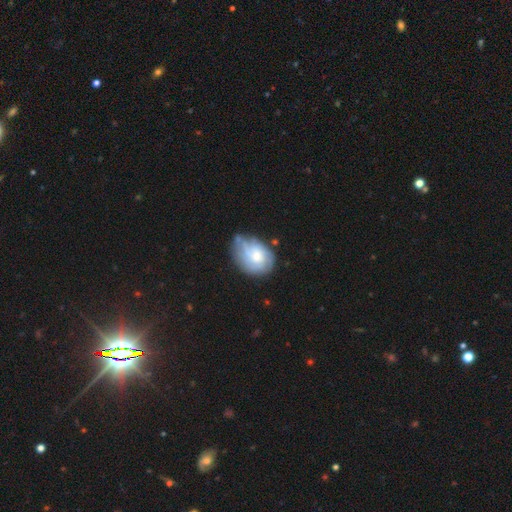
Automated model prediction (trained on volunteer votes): A featured or disk galaxy (55%) with no bar (77%), spiral arms (75%) and a moderate central bulge (46%). Merging: none (49%).